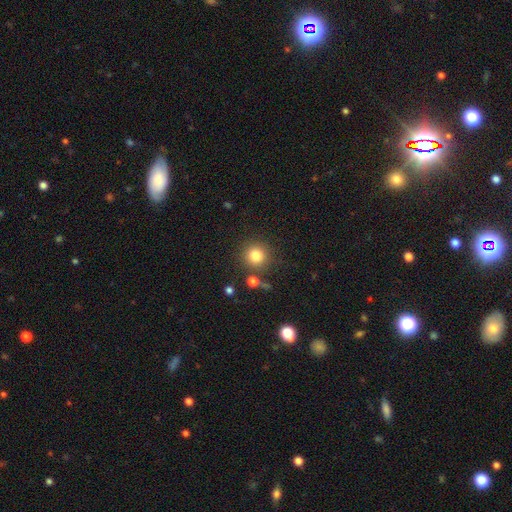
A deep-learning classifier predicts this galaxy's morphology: Smooth or featured? Predicted: smooth (p=0.82). How rounded? Predicted: round (p=0.93). Merging? Predicted: none (p=0.82).